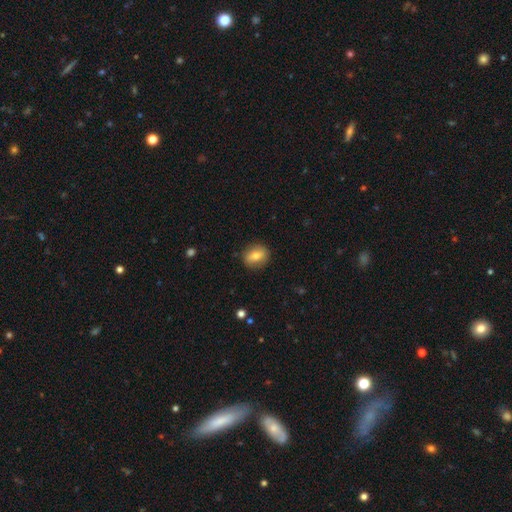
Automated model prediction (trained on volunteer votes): A smooth galaxy with no disk features (73%) that is round (54%). Merging: none (86%).